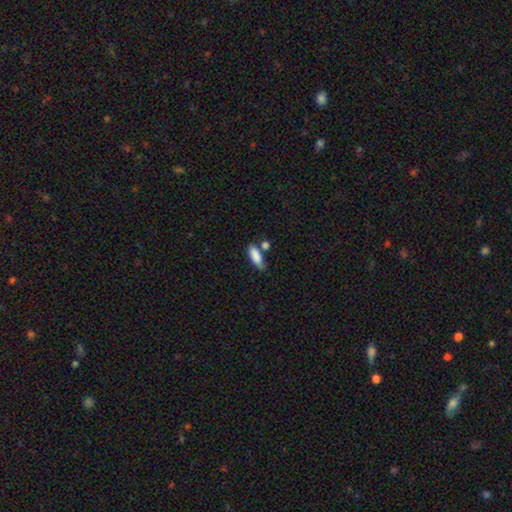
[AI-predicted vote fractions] A smooth galaxy with no disk features (83%) that is in between round and cigar-shaped (65%). Merging: none (53%).